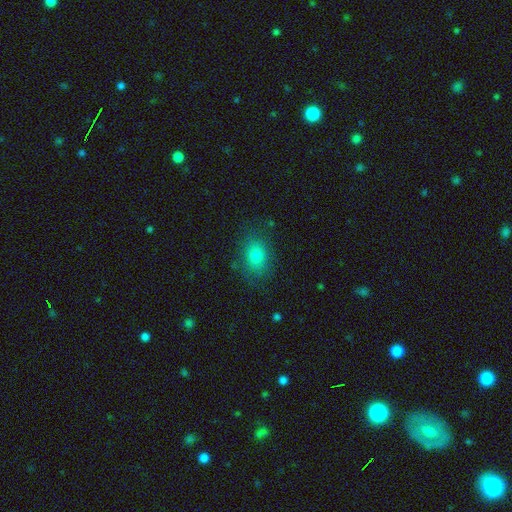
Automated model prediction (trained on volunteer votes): smooth 77%, star or artifact 13%, featured or disk 11%. Down the decision tree: how rounded — in between (65%); merging — none (80%).